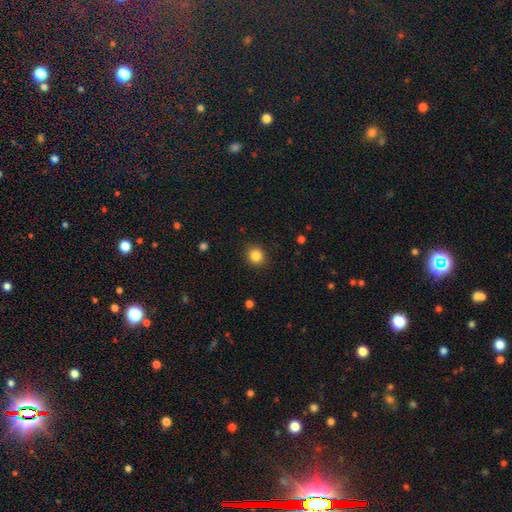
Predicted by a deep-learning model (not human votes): Smooth or featured?
  - smooth: 85% *
  - star or artifact: 11%
  - featured or disk: 4%
How rounded?
  - round: 87% *
  - in between: 12%
  - cigar-shaped: 1%
Merging?
  - none: 90% *
  - minor disturbance: 6%
  - major disturbance: 2%
  - merger: 1%